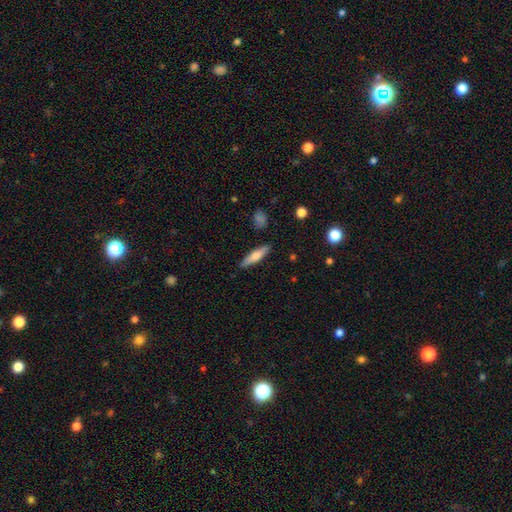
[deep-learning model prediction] Q: Smooth or featured?
A: smooth (62%); runner-up: featured or disk (32%)
Q: How rounded?
A: cigar-shaped (75%); runner-up: in between (23%)
Q: Merging?
A: none (87%); runner-up: minor disturbance (9%)